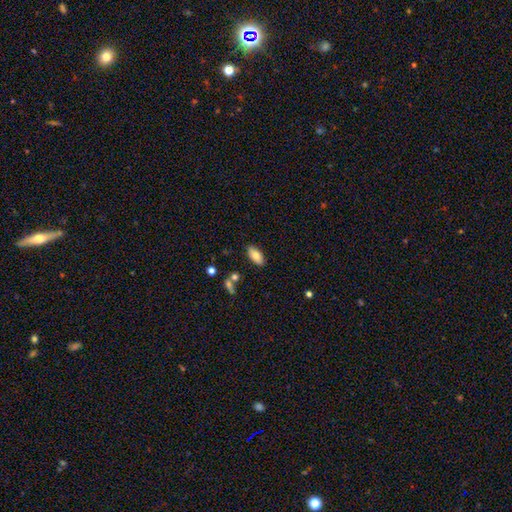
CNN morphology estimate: Smooth or featured? Predicted: smooth (p=0.79). How rounded? Predicted: in between (p=0.89). Merging? Predicted: none (p=0.85).